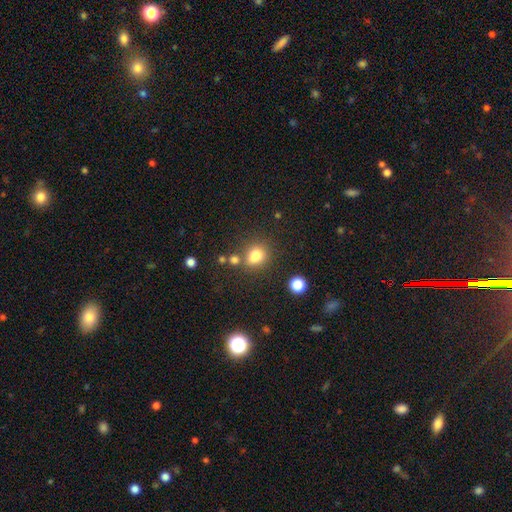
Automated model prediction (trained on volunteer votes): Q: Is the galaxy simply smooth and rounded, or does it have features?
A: smooth — 80%.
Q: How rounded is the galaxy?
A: round — 51%.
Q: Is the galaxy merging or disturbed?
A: none — 64%.